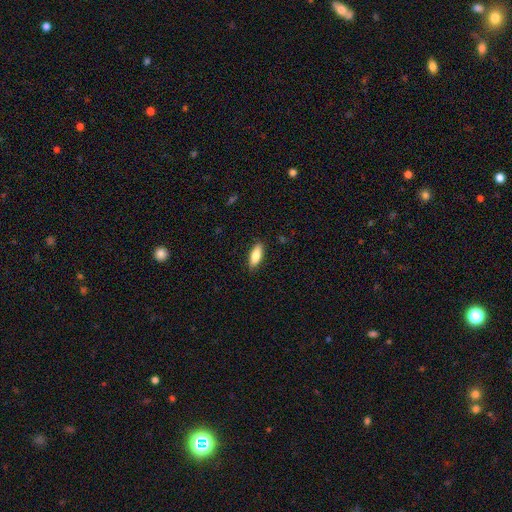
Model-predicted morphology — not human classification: Smooth or featured? smooth (84%)
How rounded? in between (72%)
Merging? none (88%)